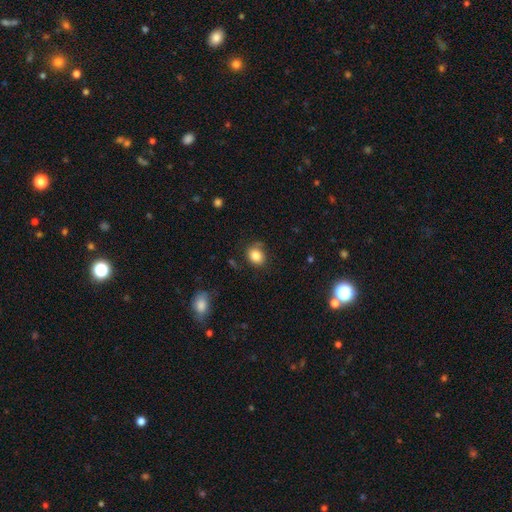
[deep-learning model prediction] smooth_or_featured: smooth (p=0.83) [alt: star or artifact p=0.09]
how_rounded: round (p=0.50) [alt: in between p=0.49]
merging: none (p=0.72) [alt: minor disturbance p=0.20]